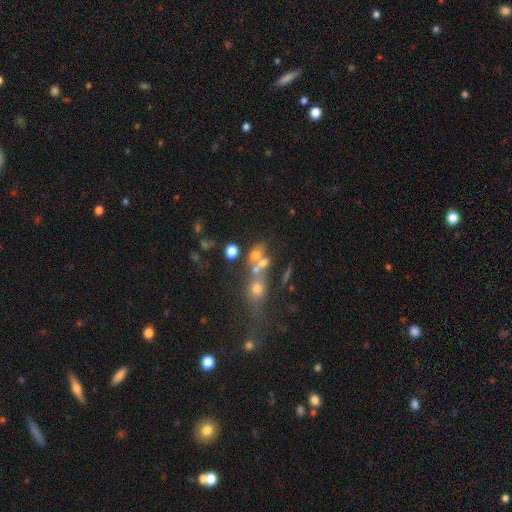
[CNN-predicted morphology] This appears to be a smooth galaxy with no disk features (57%) that is round (50%). Merging: merger (50%).